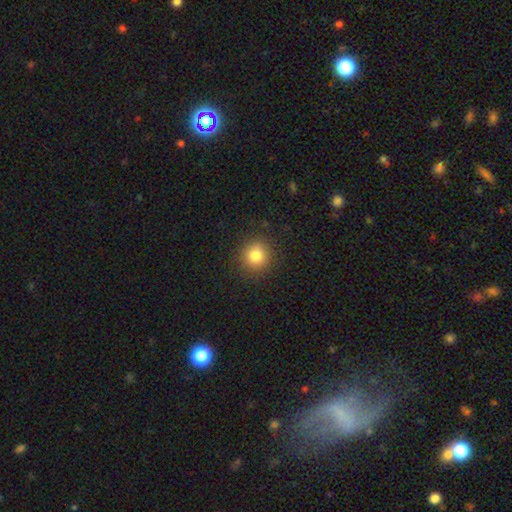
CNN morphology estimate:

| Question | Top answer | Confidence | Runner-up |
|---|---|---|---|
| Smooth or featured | smooth | 82% | star or artifact (12%) |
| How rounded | round | 91% | in between (8%) |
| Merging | none | 89% | minor disturbance (7%) |